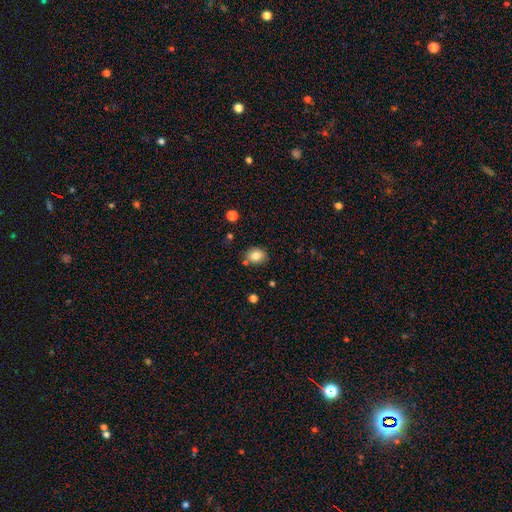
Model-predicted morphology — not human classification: A smooth galaxy with no disk features (82%) that is round (54%).

Vote fractions:
- Smooth or featured? smooth: 82% / star or artifact: 10% / featured or disk: 8%
- How rounded? round: 54% / in between: 45% / cigar-shaped: 1%
- Merging? none: 78% / minor disturbance: 13% / merger: 7% / major disturbance: 3%